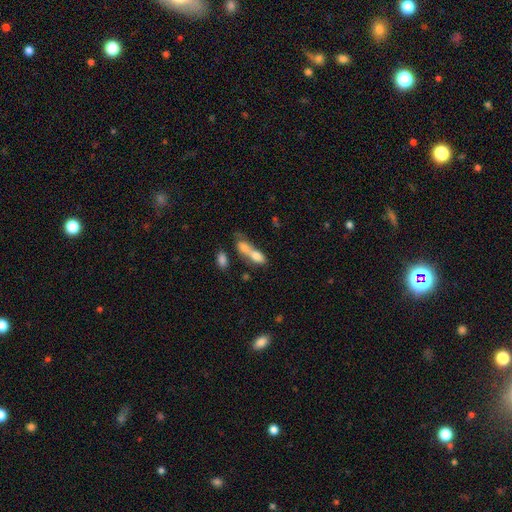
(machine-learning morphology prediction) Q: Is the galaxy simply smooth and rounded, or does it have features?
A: smooth — 72%.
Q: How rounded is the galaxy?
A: in between — 71%.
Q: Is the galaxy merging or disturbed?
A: merger — 69%.